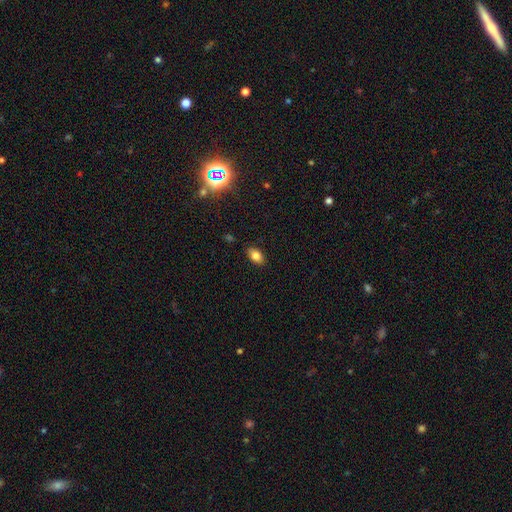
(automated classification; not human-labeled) This appears to be a smooth galaxy with no disk features (81%) that is in between round and cigar-shaped (90%). Merging: none (87%).